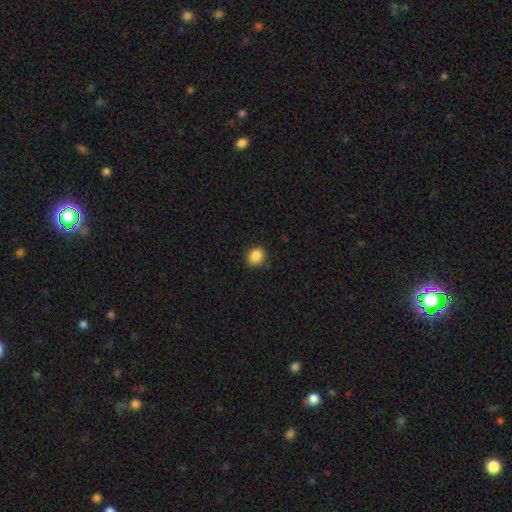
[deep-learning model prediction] Overall: smooth (87%). How rounded: round (70%). Merging: none (85%).